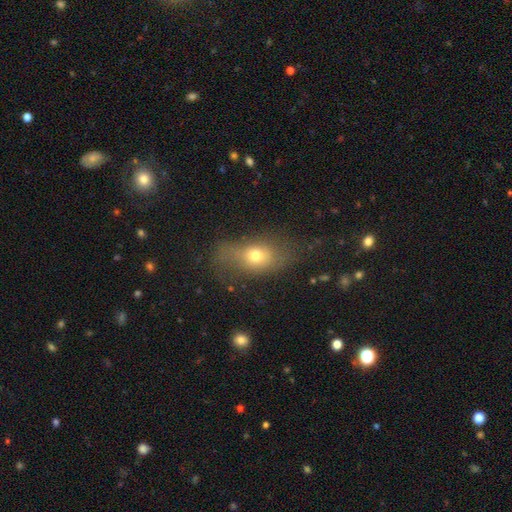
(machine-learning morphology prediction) Smooth or featured?
  - smooth: 67% *
  - featured or disk: 21%
  - star or artifact: 13%
How rounded?
  - in between: 71% *
  - round: 25%
  - cigar-shaped: 4%
Merging?
  - none: 53% *
  - minor disturbance: 24%
  - major disturbance: 19%
  - merger: 3%